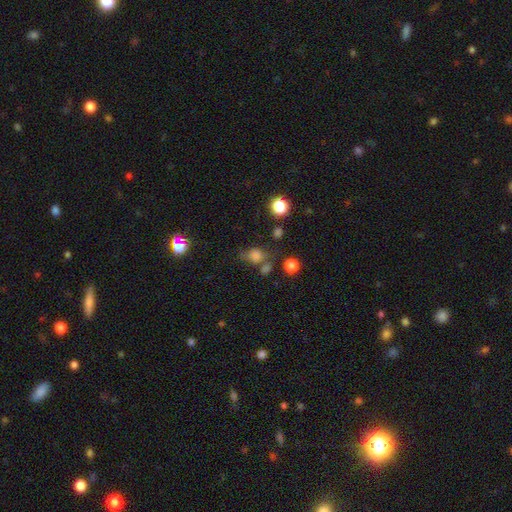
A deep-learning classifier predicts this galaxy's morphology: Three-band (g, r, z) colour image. It shows a smooth galaxy with no disk features (72%) that is round (58%). Merging: none (47%).